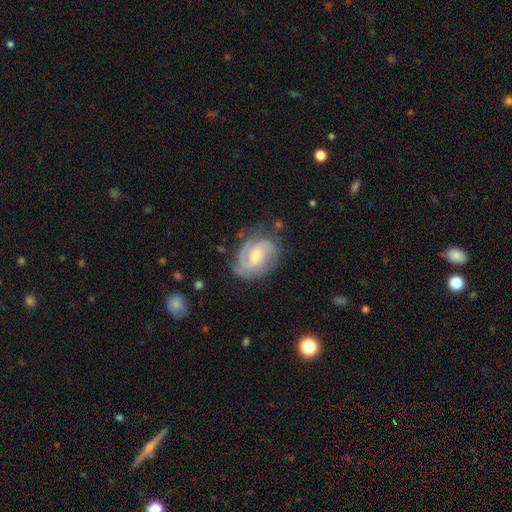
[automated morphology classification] featured or disk 84%, smooth 10%, star or artifact 5%. Down the decision tree: edge-on disk — no (97%); bar — weak (50%); spiral arms — yes (96%); spiral arm count — 2 (67%); spiral winding — tight (48%); bulge size — moderate (46%); merging — none (71%).